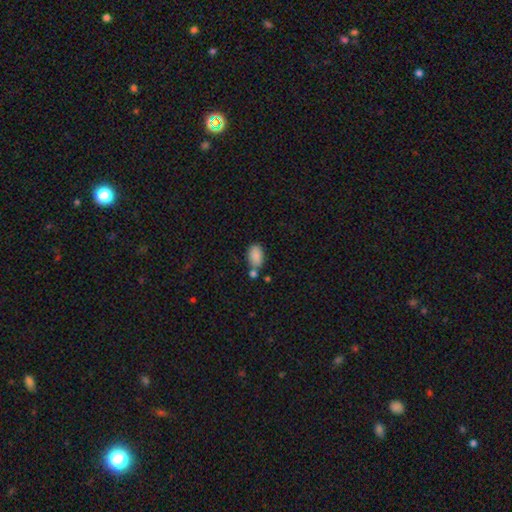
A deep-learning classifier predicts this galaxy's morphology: Smooth or featured?
  - smooth: 87% *
  - star or artifact: 8%
  - featured or disk: 5%
How rounded?
  - in between: 92% *
  - round: 6%
  - cigar-shaped: 2%
Merging?
  - none: 58% *
  - merger: 22%
  - minor disturbance: 16%
  - major disturbance: 4%